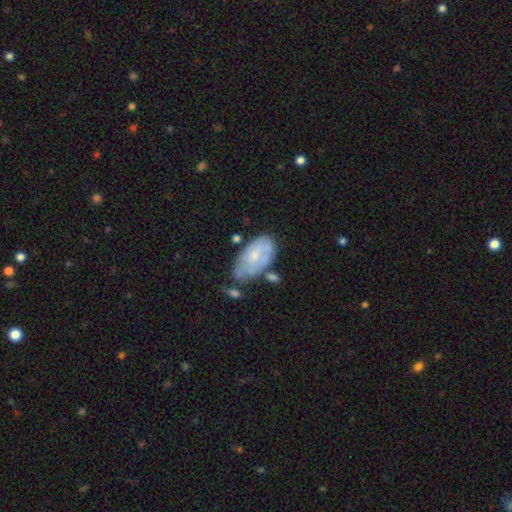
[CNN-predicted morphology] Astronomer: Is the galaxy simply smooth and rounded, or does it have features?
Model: smooth — 55% (runner-up: featured or disk, 39%).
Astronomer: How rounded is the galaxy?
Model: in between — 94%.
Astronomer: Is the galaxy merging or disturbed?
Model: none — 51% (runner-up: minor disturbance, 29%).